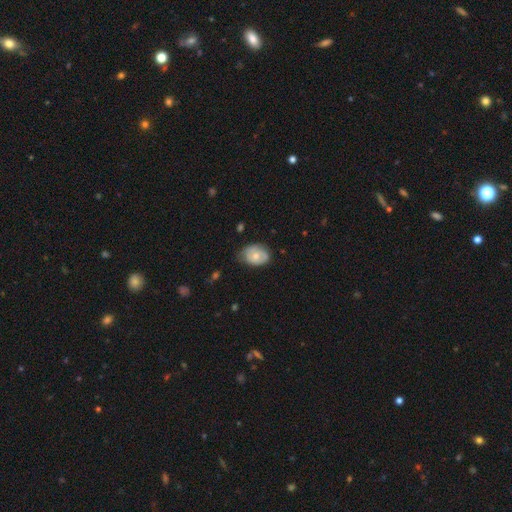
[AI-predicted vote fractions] The model was most divided on "smooth or featured": smooth: 58%, featured or disk: 35%, star or artifact: 7%. More confident: how rounded — in between (71%); merging — none (60%).